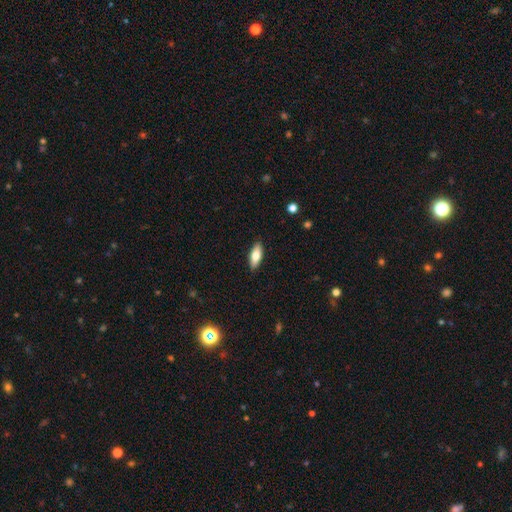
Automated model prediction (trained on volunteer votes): Smooth or featured: smooth — 74% (featured or disk — 20%)
How rounded: in between — 73% (cigar-shaped — 25%)
Merging: none — 89% (minor disturbance — 8%)